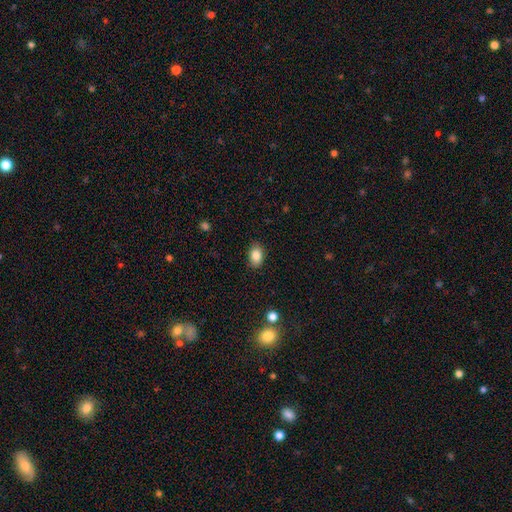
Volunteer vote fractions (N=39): This appears to be a smooth galaxy with no disk features (95%) that is in between round and cigar-shaped (92%). Merging: none (82%).